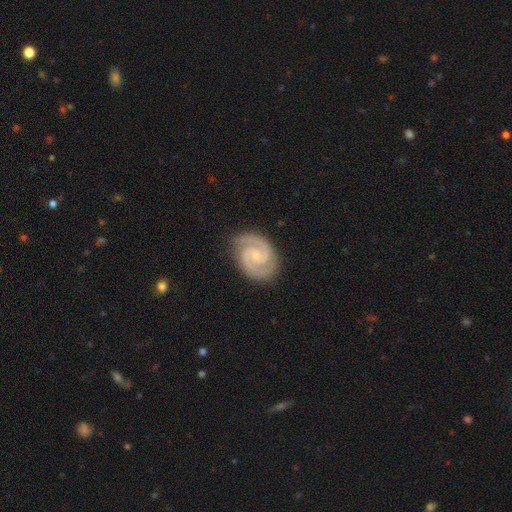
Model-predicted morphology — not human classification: Q: Smooth or featured?
A: featured or disk (93%); runner-up: star or artifact (4%)
Q: Edge-on disk?
A: no (98%); runner-up: yes (2%)
Q: Bar?
A: no (54%); runner-up: weak (36%)
Q: Spiral arms?
A: yes (99%); runner-up: no (1%)
Q: Spiral winding?
A: tight (58%); runner-up: medium (38%)
Q: Spiral arm count?
A: 2 (93%); runner-up: 3 (2%)
Q: Bulge size?
A: small (73%); runner-up: moderate (18%)
Q: Merging?
A: none (86%); runner-up: minor disturbance (10%)